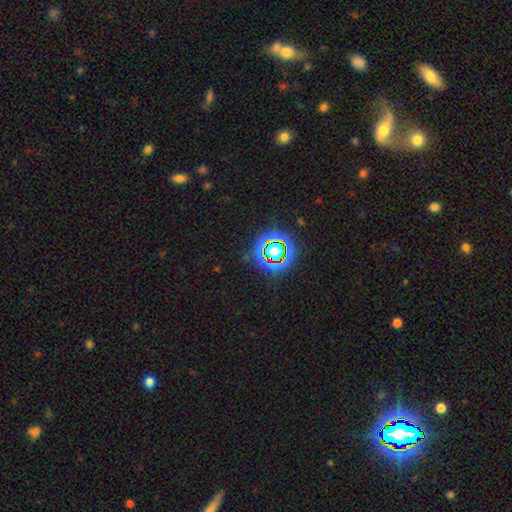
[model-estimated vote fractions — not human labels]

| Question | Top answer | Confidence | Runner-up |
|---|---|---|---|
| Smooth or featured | star or artifact | 74% | smooth (16%) |